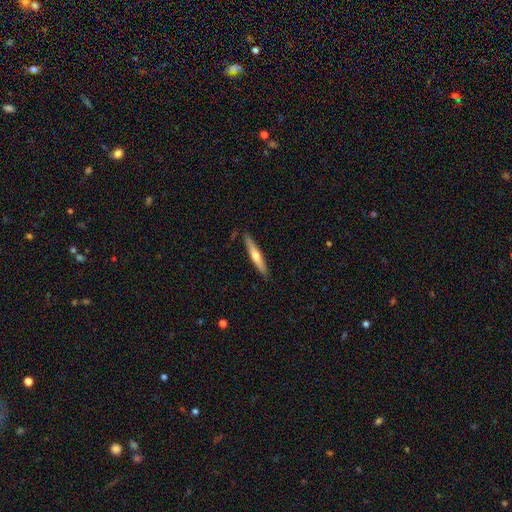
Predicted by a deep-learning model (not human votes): This appears to be a featured or disk galaxy (48%). Merging: none (88%).